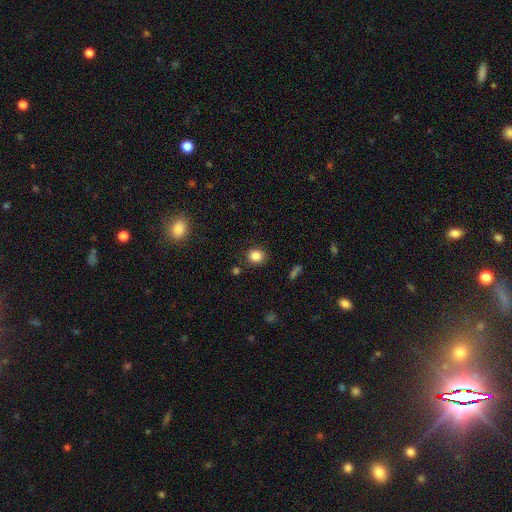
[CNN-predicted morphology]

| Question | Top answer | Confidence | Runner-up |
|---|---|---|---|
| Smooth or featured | smooth | 84% | star or artifact (10%) |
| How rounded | round | 78% | in between (21%) |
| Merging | none | 86% | minor disturbance (9%) |